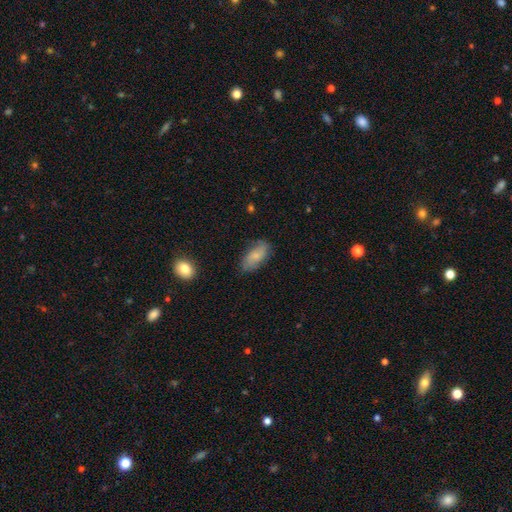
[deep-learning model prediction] This appears to be a smooth galaxy with no disk features (58%) that is in between round and cigar-shaped (89%). Merging: none (71%).